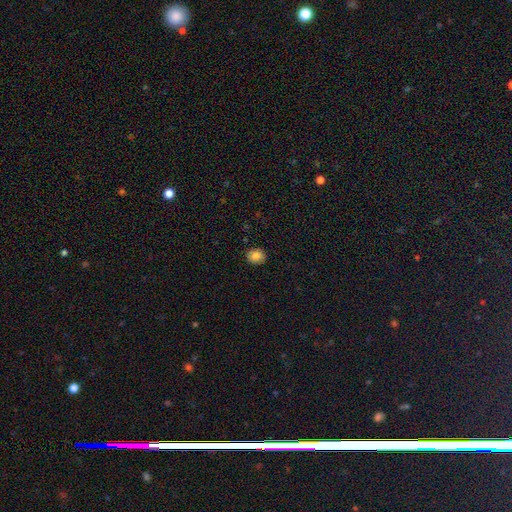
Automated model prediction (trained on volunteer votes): A smooth galaxy with no disk features (82%) that is round (64%). Merging: none (89%).